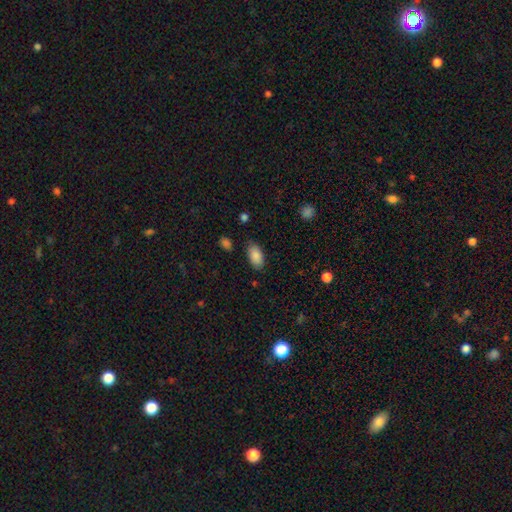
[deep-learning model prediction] Smooth or featured? Predicted: smooth (p=0.87). How rounded? Predicted: in between (p=0.94). Merging? Predicted: none (p=0.82).